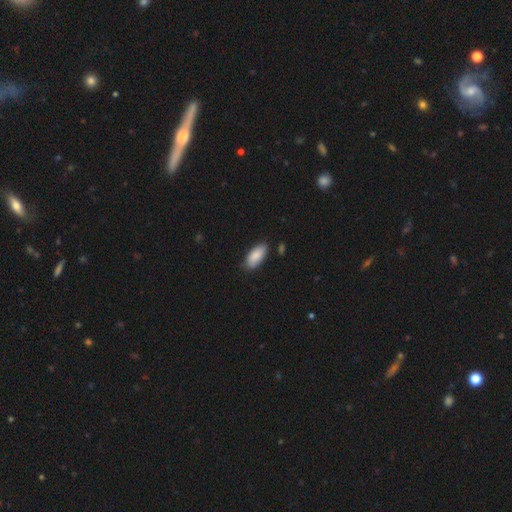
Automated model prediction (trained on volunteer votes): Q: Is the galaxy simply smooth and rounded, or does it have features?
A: smooth — 86%.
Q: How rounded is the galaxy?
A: in between — 90%.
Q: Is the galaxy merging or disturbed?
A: none — 78%.